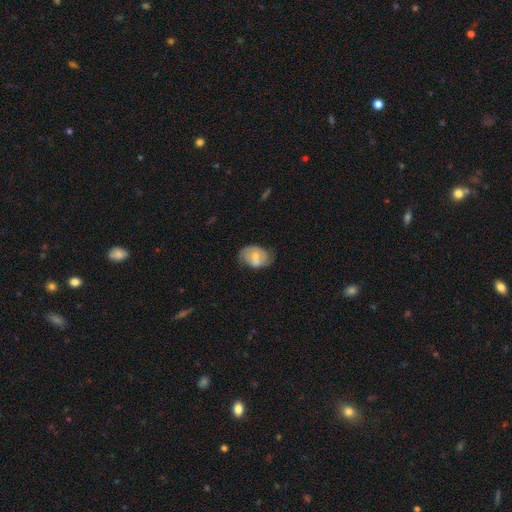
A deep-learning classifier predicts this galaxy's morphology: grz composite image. It shows a smooth galaxy with no disk features (47%). Merging: none (56%).